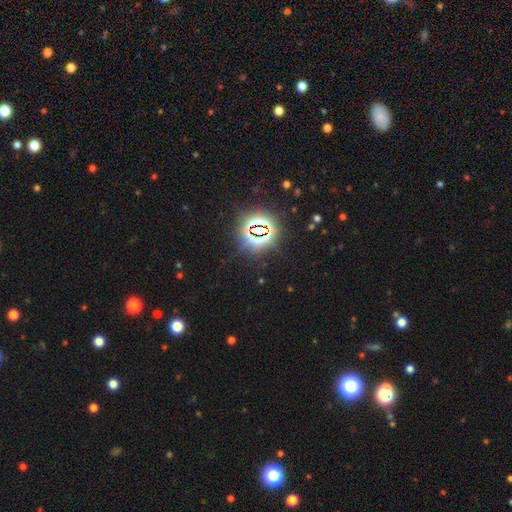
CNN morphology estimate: Smooth or featured: star or artifact — 81% (smooth — 12%)